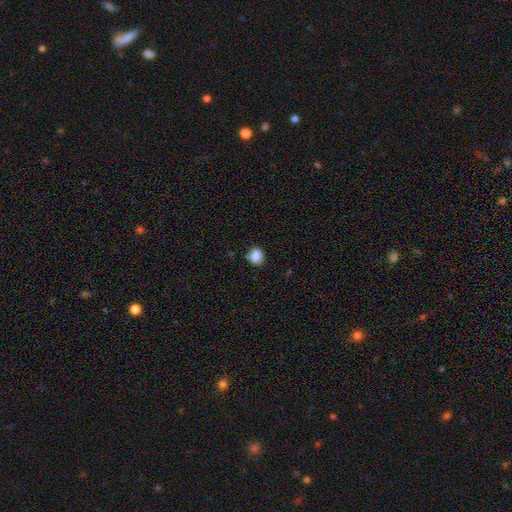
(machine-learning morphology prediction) The model was most divided on "how rounded": round: 62%, in between: 38%, cigar-shaped: 1%. More confident: smooth or featured — smooth (87%); merging — none (75%).